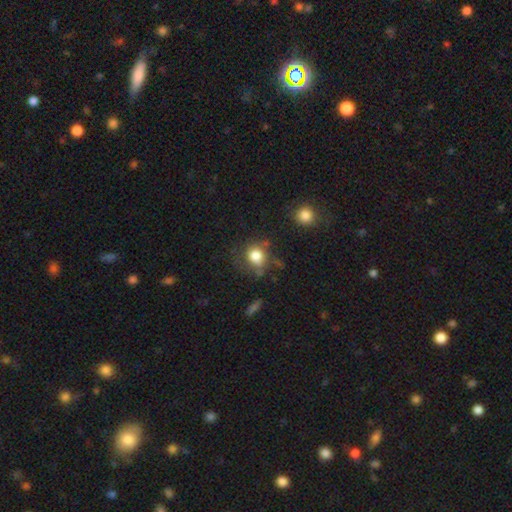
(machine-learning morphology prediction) Smooth or featured? Predicted: smooth (p=0.77). How rounded? Predicted: round (p=0.74). Merging? Predicted: none (p=0.57).